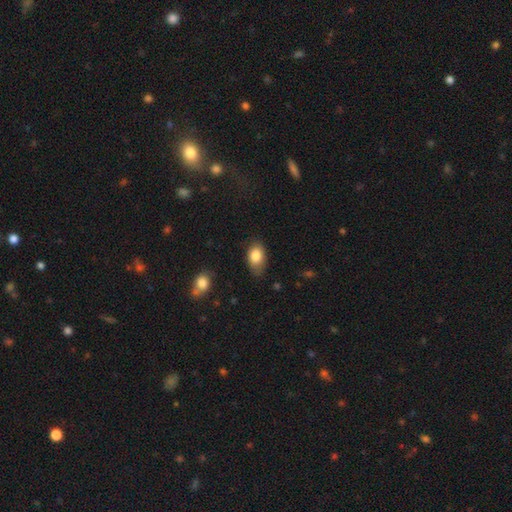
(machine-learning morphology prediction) smooth-or-featured: smooth: 83% | featured or disk: 9% | star or artifact: 8%
  how-rounded: in between: 89% | round: 10% | cigar-shaped: 2%
  merging: none: 67% | minor disturbance: 26% | major disturbance: 6% | merger: 2%